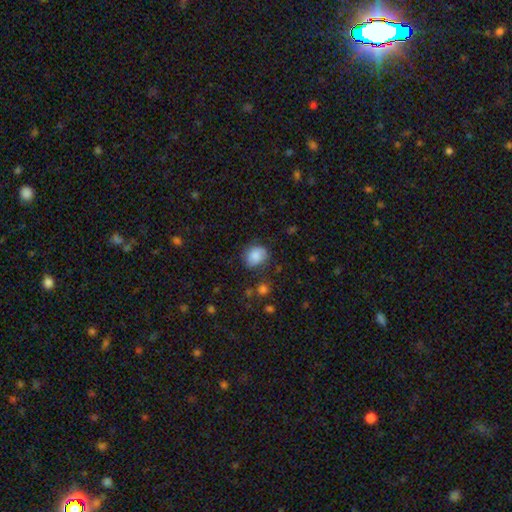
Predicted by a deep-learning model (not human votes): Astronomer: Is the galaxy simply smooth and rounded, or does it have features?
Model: smooth — 84%.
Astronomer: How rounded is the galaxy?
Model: round — 61% (runner-up: in between, 39%).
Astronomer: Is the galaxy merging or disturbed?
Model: none — 74%.